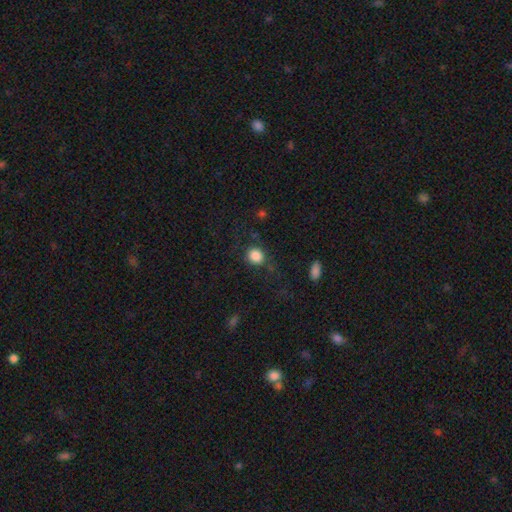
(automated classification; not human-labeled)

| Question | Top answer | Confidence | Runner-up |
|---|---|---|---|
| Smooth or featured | smooth | 86% | star or artifact (9%) |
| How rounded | round | 83% | in between (16%) |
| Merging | none | 78% | minor disturbance (13%) |